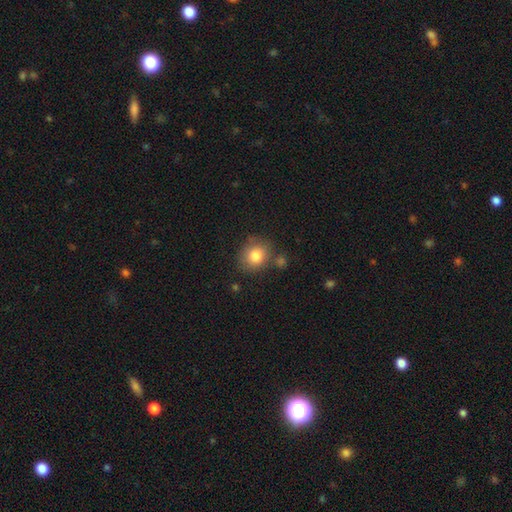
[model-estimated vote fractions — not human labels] Overall: smooth (82%). How rounded: round (71%). Merging: none (73%).